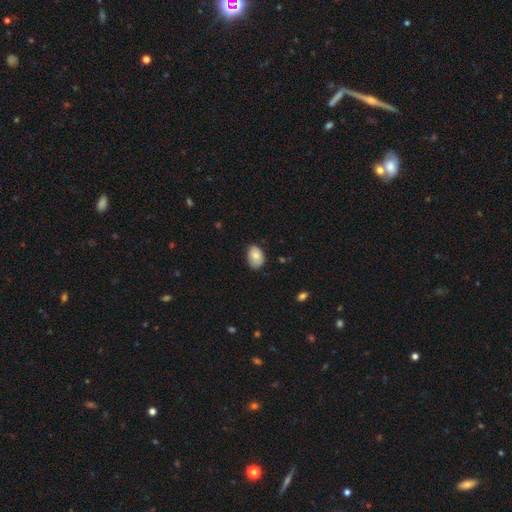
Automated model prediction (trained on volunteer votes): smooth 82%, featured or disk 11%, star or artifact 7%. Down the decision tree: how rounded — in between (82%); merging — none (68%).